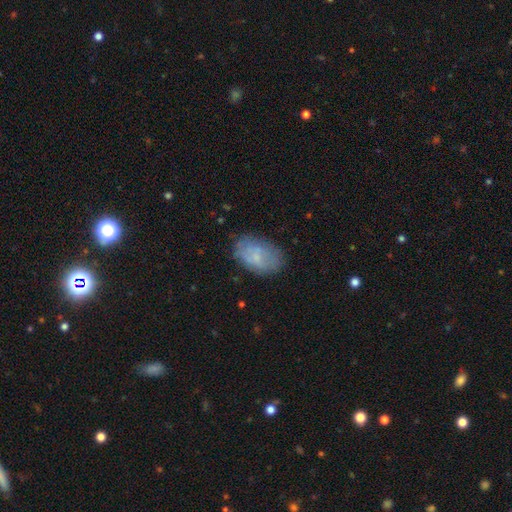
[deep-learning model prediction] This is likely a smooth galaxy (68%). How rounded: clearly in between (91%). Merging: likely none (71%).